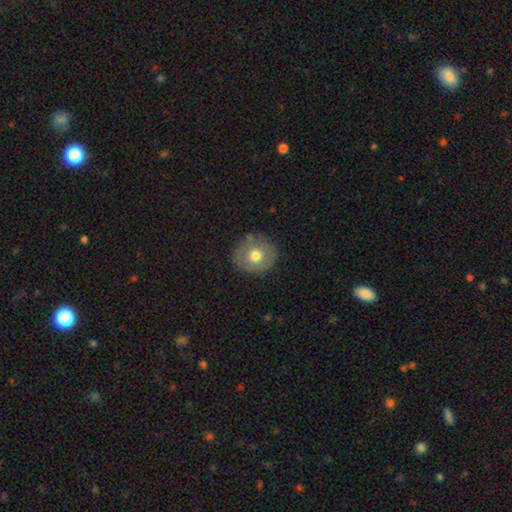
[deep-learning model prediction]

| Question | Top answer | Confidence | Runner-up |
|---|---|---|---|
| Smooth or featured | smooth | 69% | featured or disk (22%) |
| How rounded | round | 87% | in between (12%) |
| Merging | none | 84% | minor disturbance (11%) |